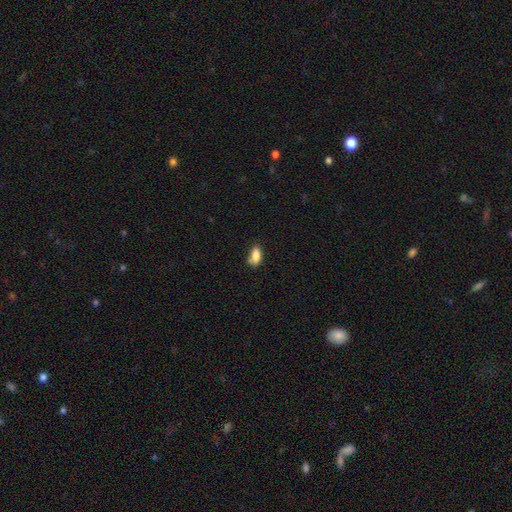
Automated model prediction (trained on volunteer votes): Morphology: type=smooth (84%); roundness=in between (87%); merging=none (58%).